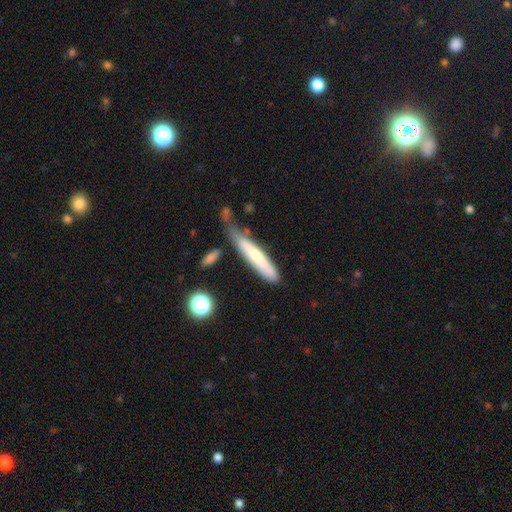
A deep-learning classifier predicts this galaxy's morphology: This appears to be a smooth galaxy with no disk features (62%) that is cigar-shaped (88%). Merging: none (45%).